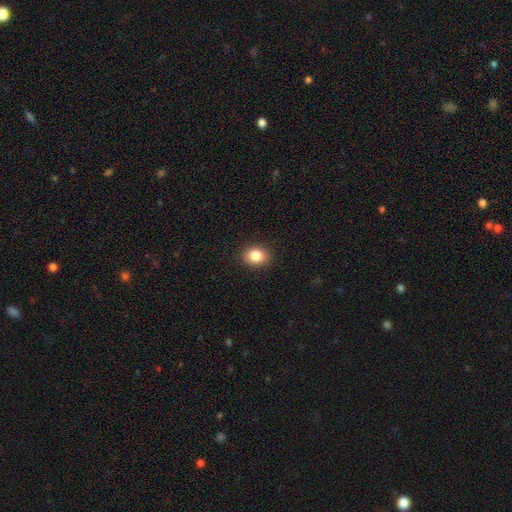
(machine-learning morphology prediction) This is clearly a smooth galaxy (86%). How rounded: possibly in between (50%). Merging: clearly none (90%).